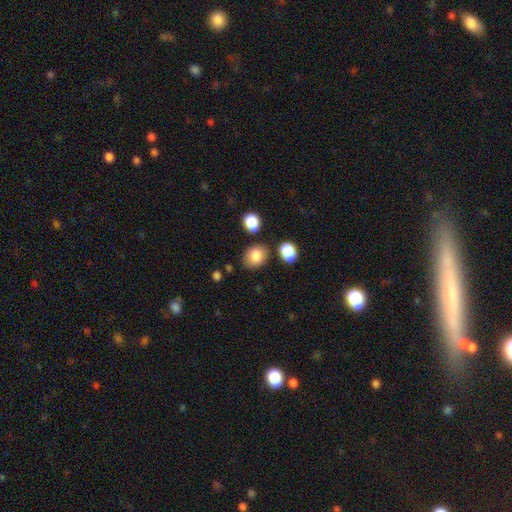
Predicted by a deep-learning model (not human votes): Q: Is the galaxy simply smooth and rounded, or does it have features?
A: smooth — 85%.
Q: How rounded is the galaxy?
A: round — 54%.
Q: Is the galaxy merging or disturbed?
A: none — 76%.